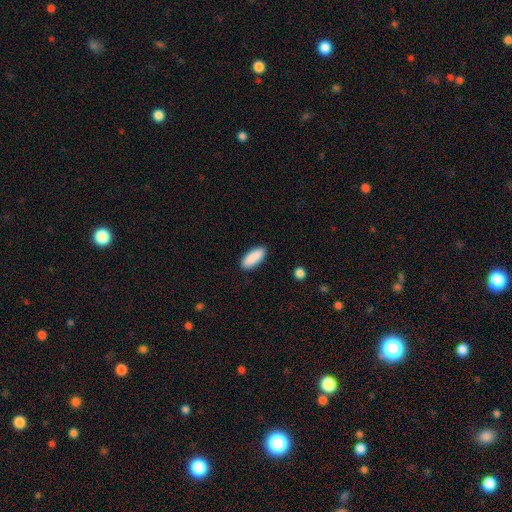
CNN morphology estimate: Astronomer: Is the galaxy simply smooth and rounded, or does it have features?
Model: smooth — 91%.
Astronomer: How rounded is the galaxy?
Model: in between — 77%.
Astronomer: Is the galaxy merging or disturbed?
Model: none — 90%.